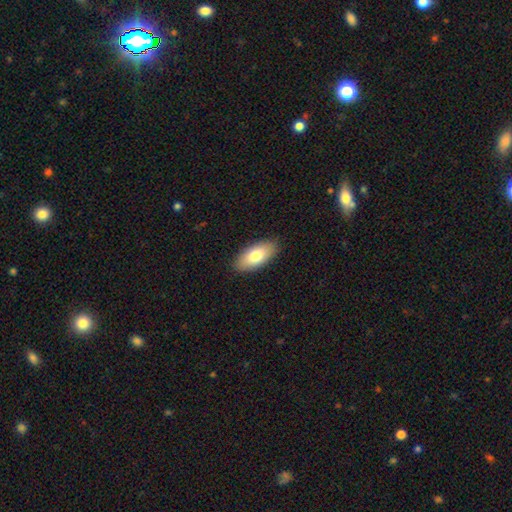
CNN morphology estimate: The model was most divided on "smooth or featured": smooth: 79%, featured or disk: 15%, star or artifact: 6%. More confident: how rounded — in between (89%); merging — none (88%).